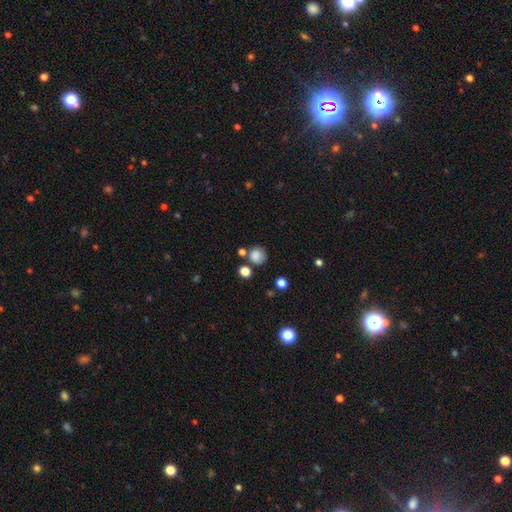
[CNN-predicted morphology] Smooth or featured? Predicted: smooth (p=0.83). How rounded? Predicted: round (p=0.87). Merging? Predicted: none (p=0.71).